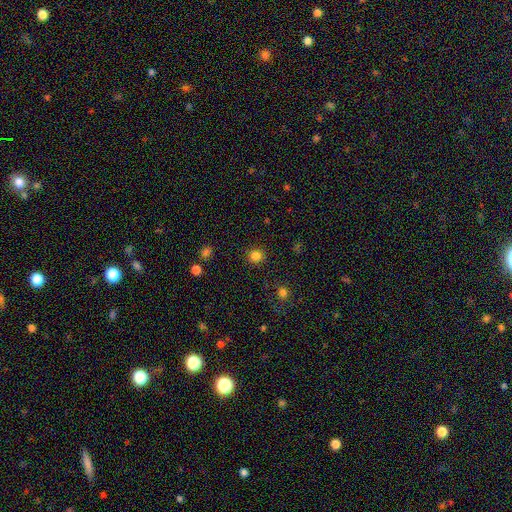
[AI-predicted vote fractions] smooth_or_featured: smooth (p=0.83) [alt: star or artifact p=0.13]
how_rounded: round (p=0.91) [alt: in between p=0.08]
merging: none (p=0.91) [alt: minor disturbance p=0.06]